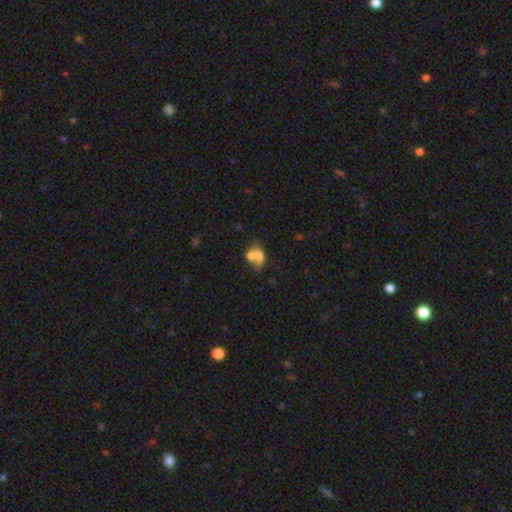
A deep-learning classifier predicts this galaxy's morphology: A smooth galaxy with no disk features (64%) that is in between round and cigar-shaped (64%). Merging: merger (65%).